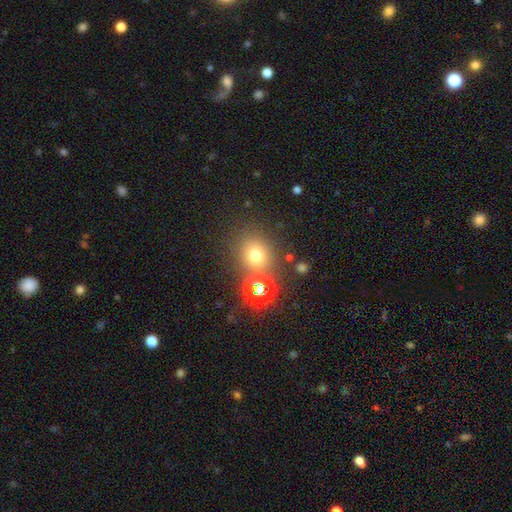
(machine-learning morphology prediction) type=smooth (68%); roundness=round (79%); merging=none (73%).